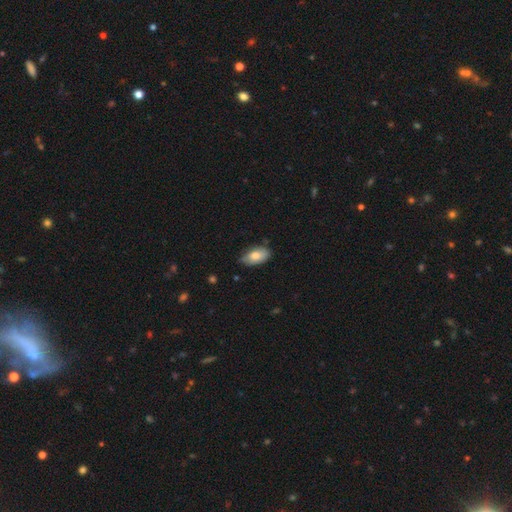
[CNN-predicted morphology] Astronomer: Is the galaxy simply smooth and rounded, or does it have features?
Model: smooth — 78%.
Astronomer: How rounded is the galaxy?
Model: in between — 93%.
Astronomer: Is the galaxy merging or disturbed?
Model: none — 70%.